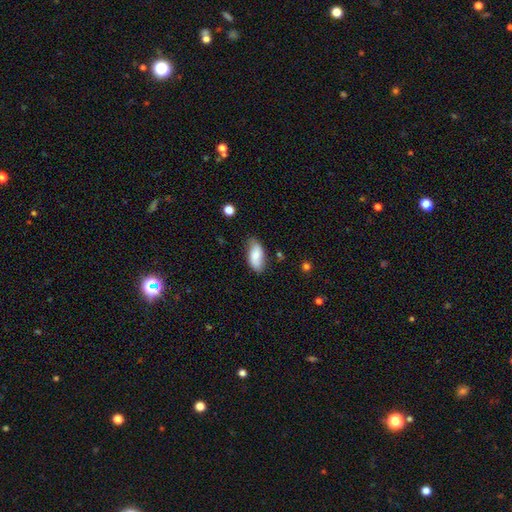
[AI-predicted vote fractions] Smooth or featured?
  - smooth: 76% *
  - featured or disk: 17%
  - star or artifact: 7%
How rounded?
  - in between: 91% *
  - cigar-shaped: 6%
  - round: 3%
Merging?
  - none: 68% *
  - minor disturbance: 24%
  - major disturbance: 5%
  - merger: 3%